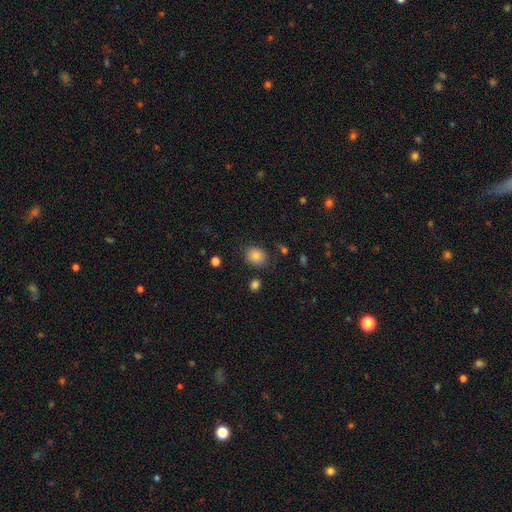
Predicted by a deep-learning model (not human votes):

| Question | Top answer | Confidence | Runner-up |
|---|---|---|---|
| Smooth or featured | smooth | 82% | star or artifact (11%) |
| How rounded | round | 59% | in between (40%) |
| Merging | none | 77% | minor disturbance (16%) |